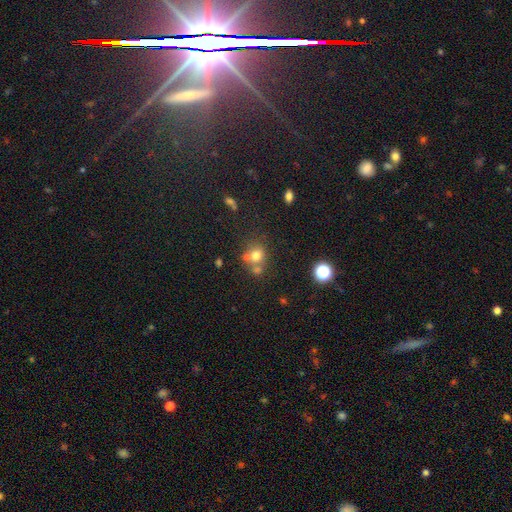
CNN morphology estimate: This appears to be a smooth galaxy with no disk features (70%) that is round (77%). Merging: none (50%).